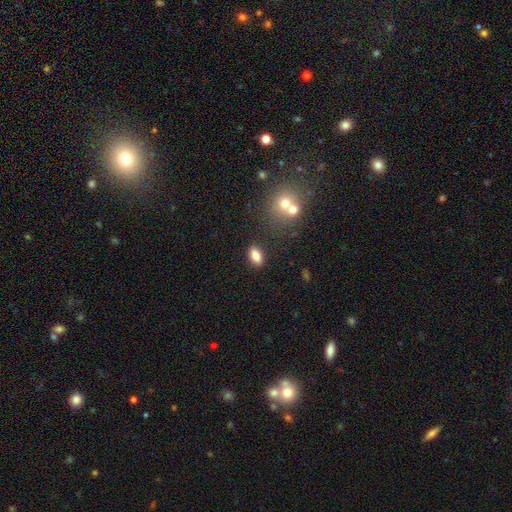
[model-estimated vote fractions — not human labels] A smooth galaxy with no disk features (80%) that is in between round and cigar-shaped (87%). Merging: none (85%).